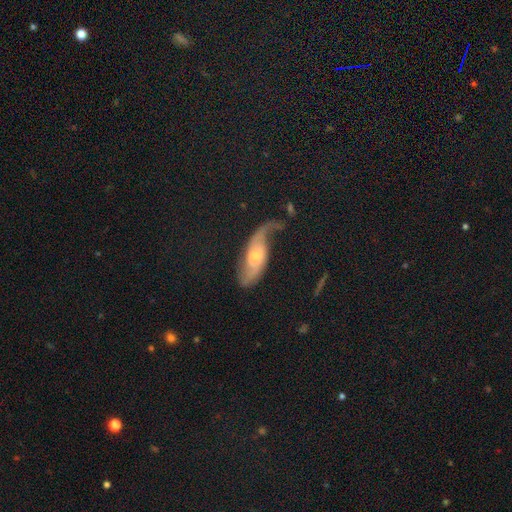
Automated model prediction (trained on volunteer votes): Q: Smooth or featured?
A: featured or disk (74%); runner-up: smooth (19%)
Q: Edge-on disk?
A: no (89%); runner-up: yes (11%)
Q: Bar?
A: no (54%); runner-up: weak (37%)
Q: Spiral arms?
A: yes (90%); runner-up: no (10%)
Q: Spiral winding?
A: loose (63%); runner-up: medium (26%)
Q: Spiral arm count?
A: 2 (75%); runner-up: 1 (14%)
Q: Bulge size?
A: small (47%); runner-up: moderate (46%)
Q: Merging?
A: none (43%); runner-up: major disturbance (29%)